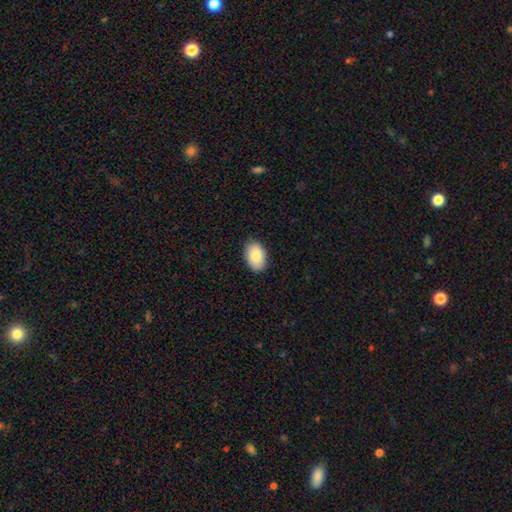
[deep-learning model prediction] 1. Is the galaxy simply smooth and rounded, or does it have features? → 85% smooth, 8% featured or disk, 7% star or artifact.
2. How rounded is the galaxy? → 90% in between, 9% round, 1% cigar-shaped.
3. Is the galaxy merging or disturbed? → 88% none, 10% minor disturbance, 2% major disturbance, 1% merger.